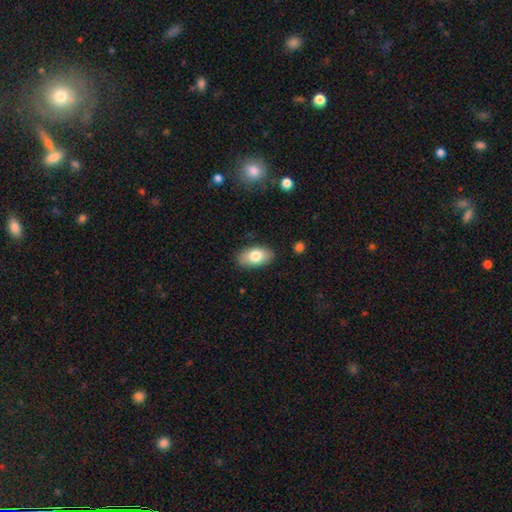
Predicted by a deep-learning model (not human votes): Smooth or featured? smooth (79%)
How rounded? in between (93%)
Merging? none (86%)